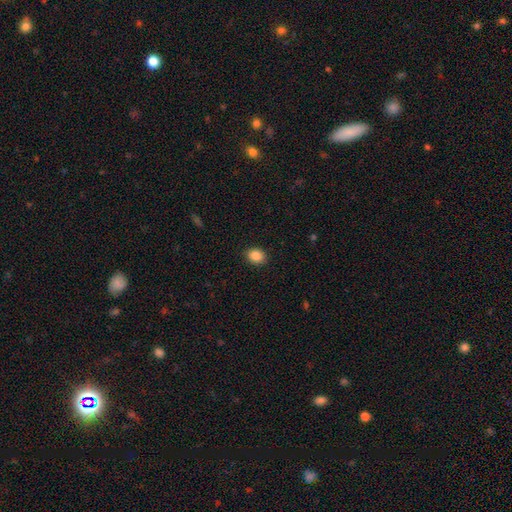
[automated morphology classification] Q: Smooth or featured?
A: smooth (87%); runner-up: star or artifact (9%)
Q: How rounded?
A: in between (50%); tied with: round (50%)
Q: Merging?
A: none (90%); runner-up: minor disturbance (7%)